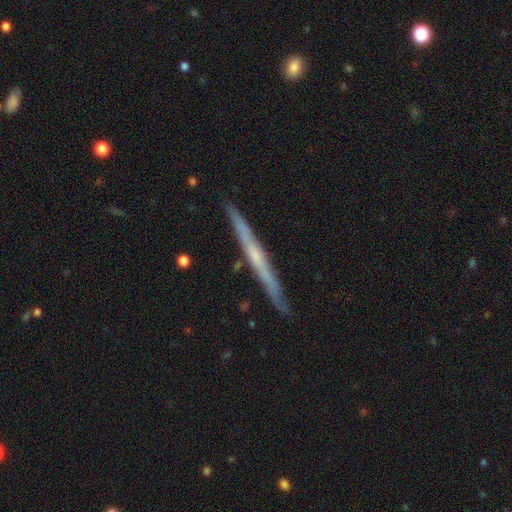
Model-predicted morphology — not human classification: featured or disk 66%, smooth 29%, star or artifact 6%. Down the decision tree: edge-on disk — yes (97%); edge-on bulge — none (66%); merging — none (89%).